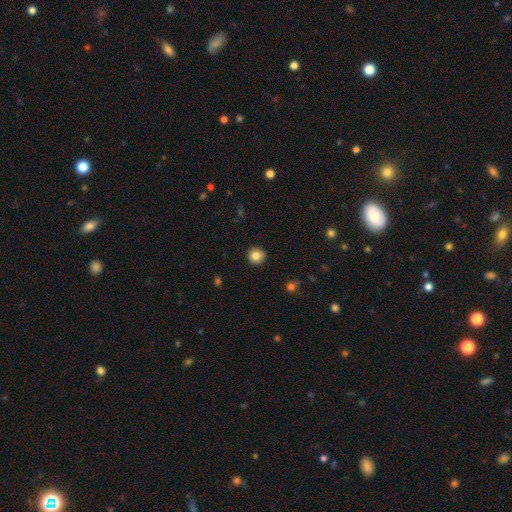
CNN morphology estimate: A smooth galaxy with no disk features (84%) that is round (93%).

Vote fractions:
- Smooth or featured? smooth: 84% / star or artifact: 10% / featured or disk: 5%
- How rounded? round: 93% / in between: 6% / cigar-shaped: 1%
- Merging? none: 90% / minor disturbance: 7% / major disturbance: 2% / merger: 1%